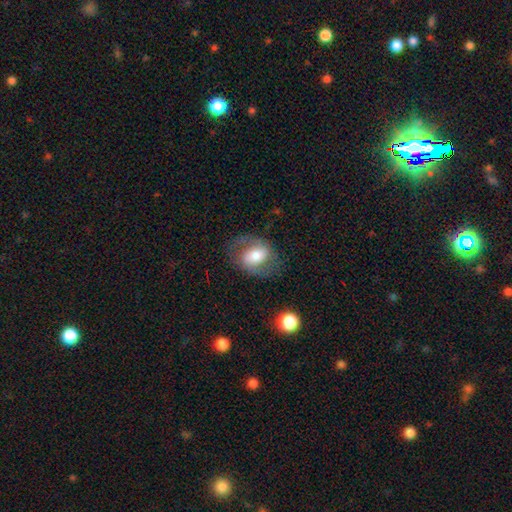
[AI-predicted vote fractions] smooth_or_featured: featured or disk (p=0.51) [alt: smooth p=0.41]
disk_edge_on: no (p=0.96) [alt: yes p=0.04]
merging: none (p=0.68) [alt: minor disturbance p=0.18]